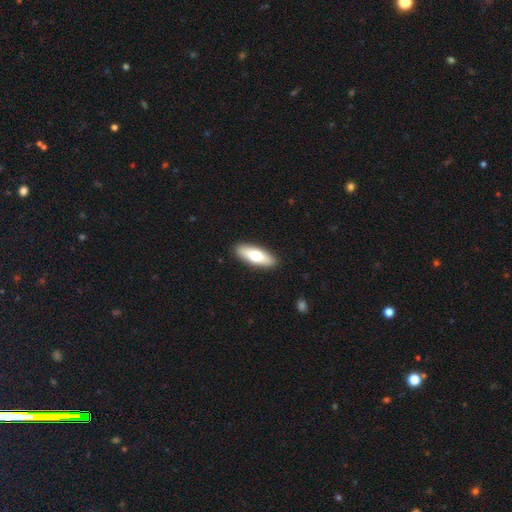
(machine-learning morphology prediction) Q: Smooth or featured?
A: smooth (66%); runner-up: featured or disk (28%)
Q: How rounded?
A: in between (62%); runner-up: cigar-shaped (36%)
Q: Merging?
A: none (91%); runner-up: minor disturbance (7%)